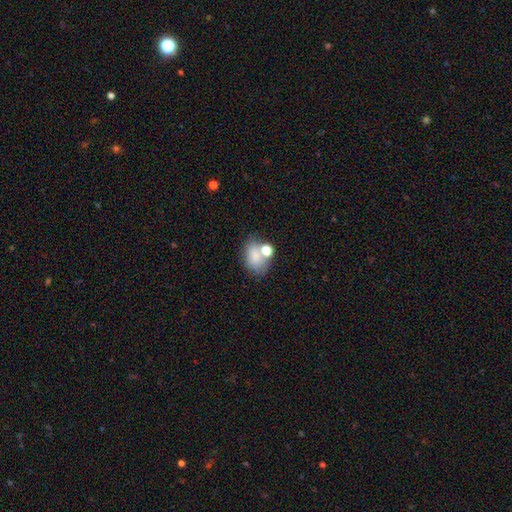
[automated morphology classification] Q: Smooth or featured?
A: smooth (76%); runner-up: featured or disk (12%)
Q: How rounded?
A: in between (72%); runner-up: round (27%)
Q: Merging?
A: none (50%); runner-up: merger (28%)